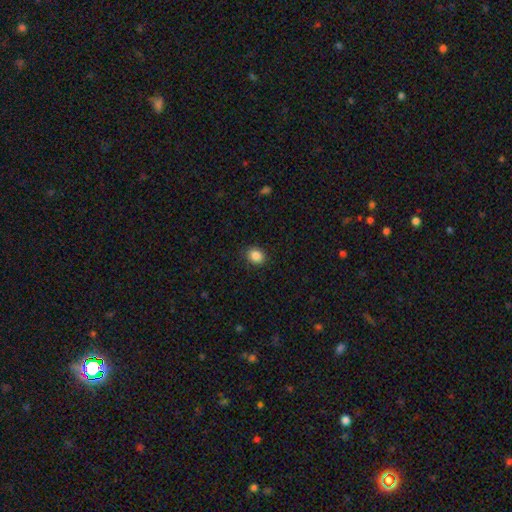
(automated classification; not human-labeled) A smooth galaxy with no disk features (87%) that is round (60%). Merging: none (89%).